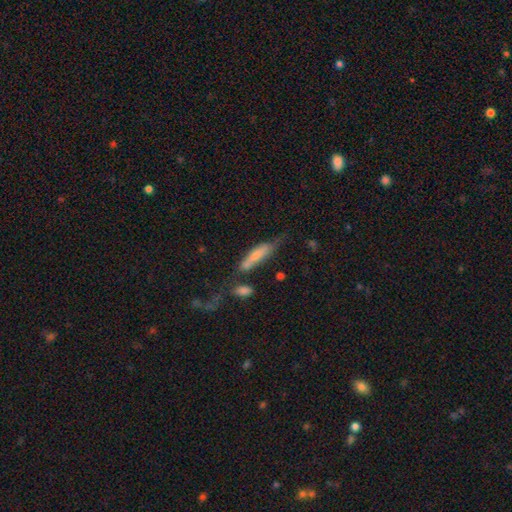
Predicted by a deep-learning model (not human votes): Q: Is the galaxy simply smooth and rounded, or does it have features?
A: smooth — 60%.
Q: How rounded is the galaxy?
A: cigar-shaped — 66%.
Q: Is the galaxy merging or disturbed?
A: none — 38%.